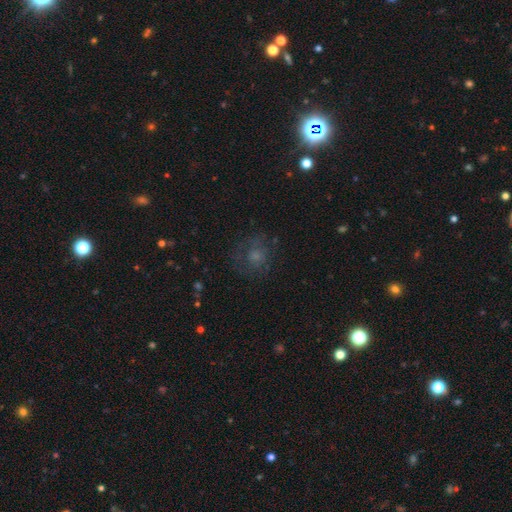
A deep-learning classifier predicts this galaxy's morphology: Smooth or featured: smooth — 54% (featured or disk — 27%)
How rounded: round — 82% (in between — 17%)
Merging: none — 66% (minor disturbance — 17%)